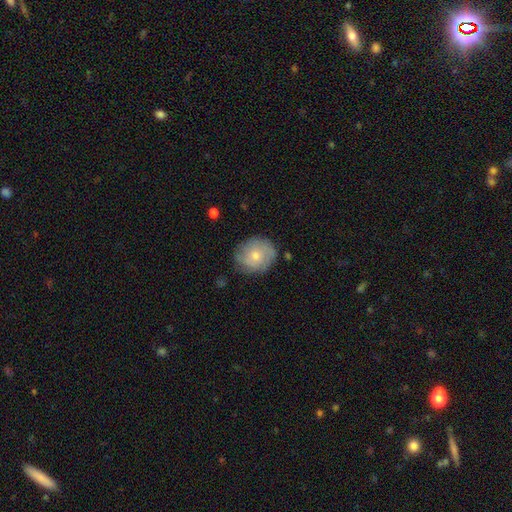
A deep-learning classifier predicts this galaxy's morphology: type=smooth (58%); roundness=round (75%); merging=none (75%).